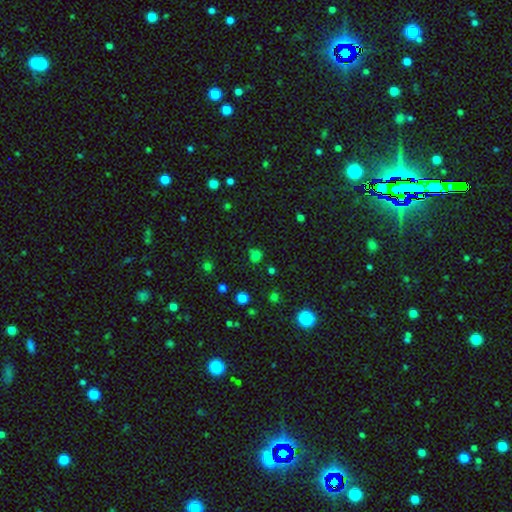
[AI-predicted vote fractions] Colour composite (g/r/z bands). It shows a smooth galaxy with no disk features (67%) that is round (75%). Merging: none (72%).